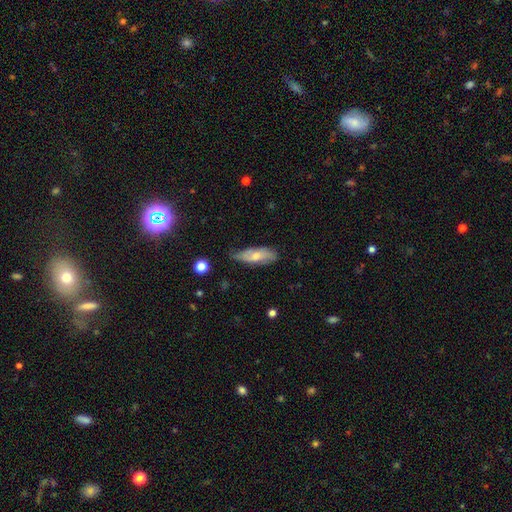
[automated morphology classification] This appears to be a smooth galaxy with no disk features (62%) that is in between round and cigar-shaped (69%). Merging: none (58%).